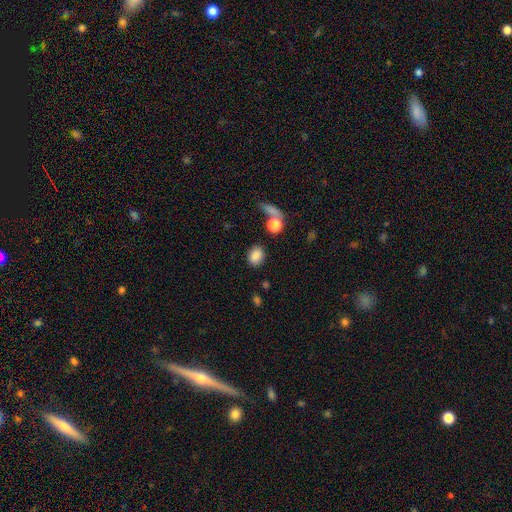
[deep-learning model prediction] A smooth galaxy with no disk features (84%) that is in between round and cigar-shaped (63%). Merging: none (79%).